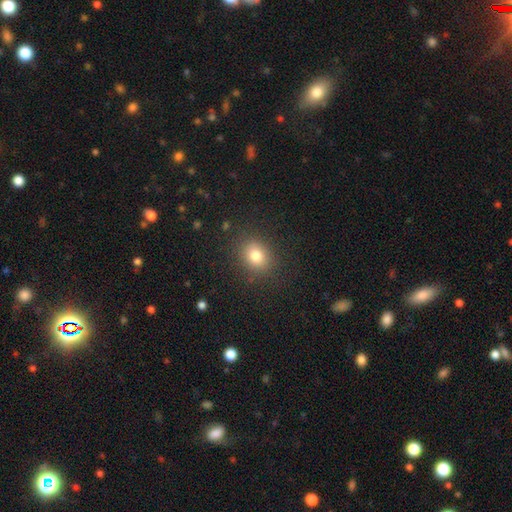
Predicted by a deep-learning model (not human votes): Smooth or featured? Predicted: smooth (p=0.79). How rounded? Predicted: round (p=0.62). Merging? Predicted: none (p=0.86).